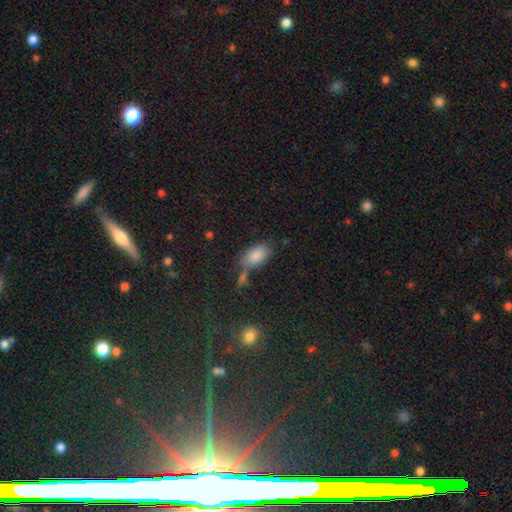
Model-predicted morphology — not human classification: Smooth or featured: smooth — 84% (star or artifact — 10%)
How rounded: in between — 92% (round — 5%)
Merging: none — 52% (merger — 20%)